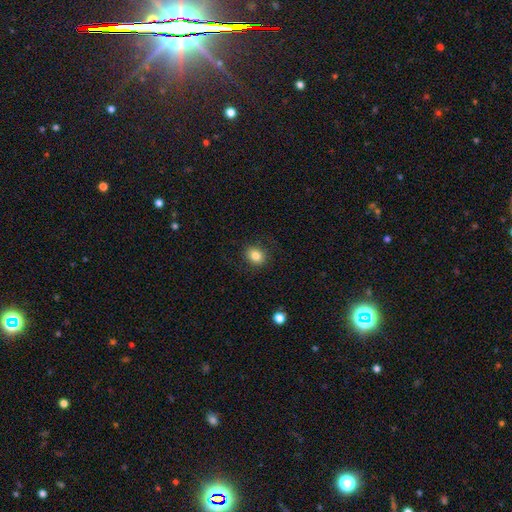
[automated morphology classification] smooth 84%, star or artifact 10%, featured or disk 6%. Down the decision tree: how rounded — round (64%); merging — none (88%).